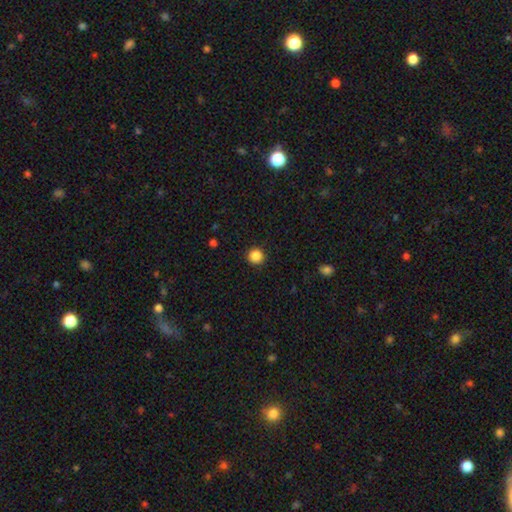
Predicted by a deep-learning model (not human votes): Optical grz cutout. It shows a smooth galaxy with no disk features (87%) that is round (95%). Merging: none (93%).